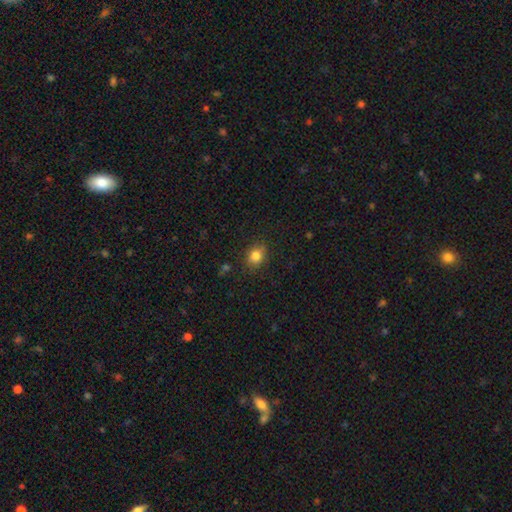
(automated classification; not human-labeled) A smooth galaxy with no disk features (83%) that is round (58%).

Vote fractions:
- Smooth or featured? smooth: 83% / star or artifact: 11% / featured or disk: 6%
- How rounded? round: 58% / in between: 41% / cigar-shaped: 1%
- Merging? none: 85% / minor disturbance: 11% / major disturbance: 3% / merger: 1%